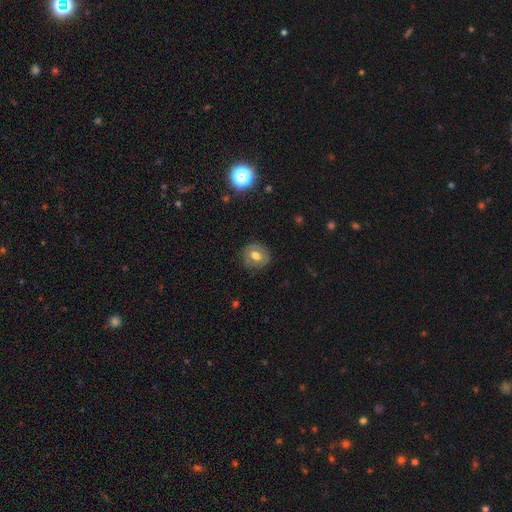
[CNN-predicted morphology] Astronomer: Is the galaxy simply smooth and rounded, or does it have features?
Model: smooth — 56% (runner-up: featured or disk, 34%).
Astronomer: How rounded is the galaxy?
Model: round — 75%.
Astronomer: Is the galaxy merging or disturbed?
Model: none — 83%.